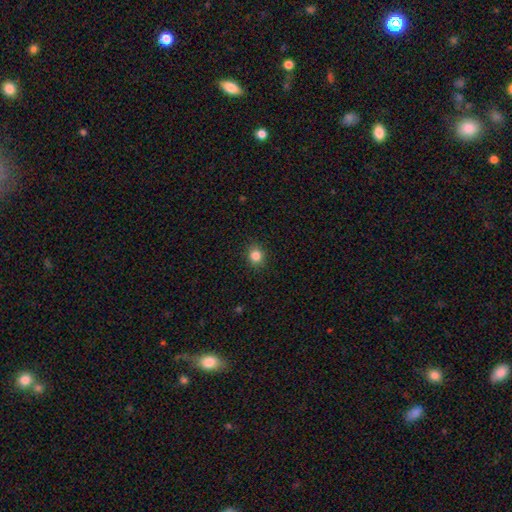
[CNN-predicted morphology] Smooth or featured? Predicted: smooth (p=0.84). How rounded? Predicted: round (p=0.81). Merging? Predicted: none (p=0.91).